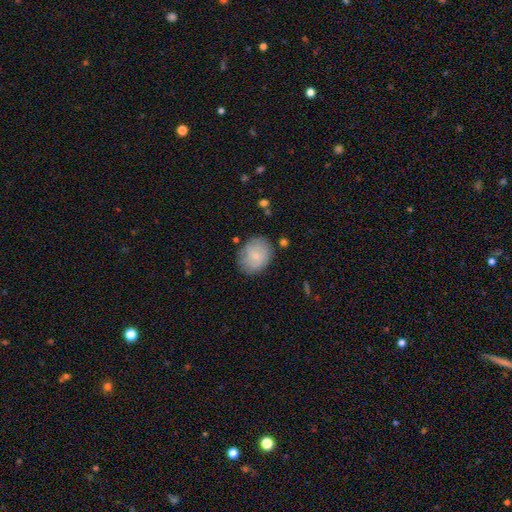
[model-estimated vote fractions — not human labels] Smooth or featured: smooth — 71% (featured or disk — 22%)
How rounded: round — 59% (in between — 40%)
Merging: none — 74% (minor disturbance — 19%)